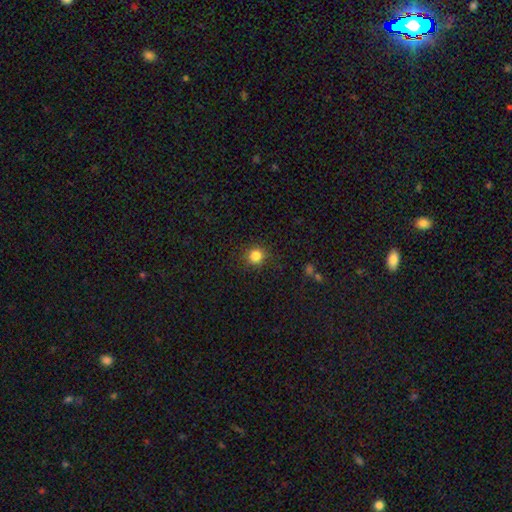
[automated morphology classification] Overall: smooth (84%). How rounded: round (92%). Merging: none (88%).